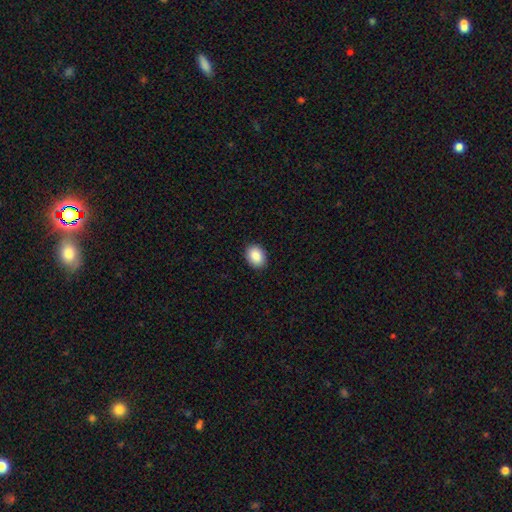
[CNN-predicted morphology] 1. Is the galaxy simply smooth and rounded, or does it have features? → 88% smooth, 7% star or artifact, 5% featured or disk.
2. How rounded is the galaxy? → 67% in between, 32% round, 1% cigar-shaped.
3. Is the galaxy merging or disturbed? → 91% none, 7% minor disturbance, 2% major disturbance, 1% merger.